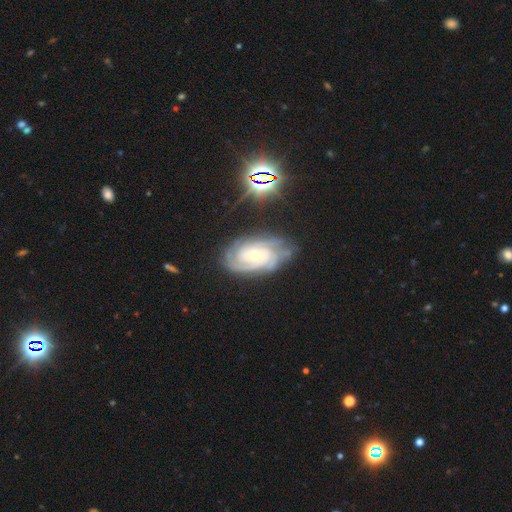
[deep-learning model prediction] The model was most divided on "spiral arm count": 3: 28%, can't tell: 24%, 4: 19%, 2: 18%, more than 4: 6%, 1: 5%. More confident: spiral arms — yes (98%); edge-on disk — no (96%); smooth or featured — featured or disk (87%); spiral winding — tight (73%); bar — no (71%); merging — none (70%); bulge size — small (69%).